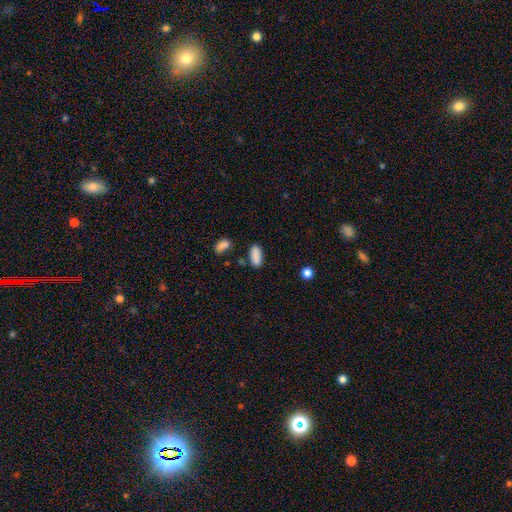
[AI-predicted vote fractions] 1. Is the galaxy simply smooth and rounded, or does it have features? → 88% smooth, 8% star or artifact, 4% featured or disk.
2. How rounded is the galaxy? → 83% in between, 15% cigar-shaped, 3% round.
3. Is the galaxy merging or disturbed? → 80% none, 12% minor disturbance, 5% merger, 3% major disturbance.